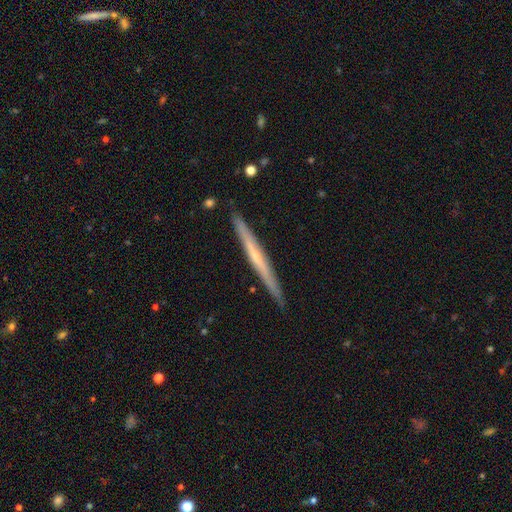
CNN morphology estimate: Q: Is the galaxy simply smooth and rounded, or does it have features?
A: featured or disk — 65%.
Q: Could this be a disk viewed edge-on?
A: yes — 97%.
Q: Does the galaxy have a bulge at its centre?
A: none — 56%.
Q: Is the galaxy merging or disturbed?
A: none — 90%.